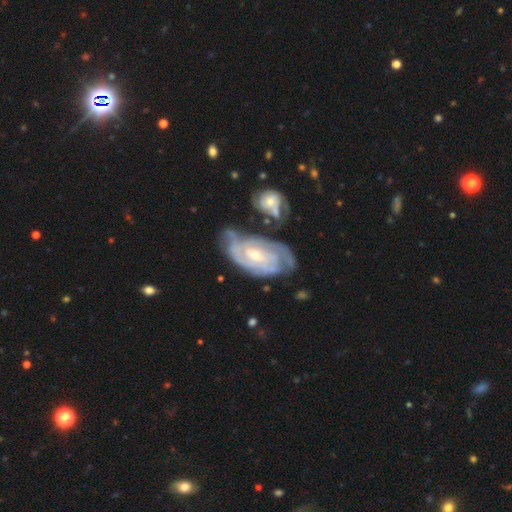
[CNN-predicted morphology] This is clearly a featured or disk galaxy (85%). It is clearly not viewed edge-on (95%). Bar: possibly no (53%). Spiral arm pattern: clearly yes (94%). Spiral arm count: marginally can't tell (39%). Spiral winding: likely tight (69%). Central bulge: likely small (61%). Merging: possibly none (50%).